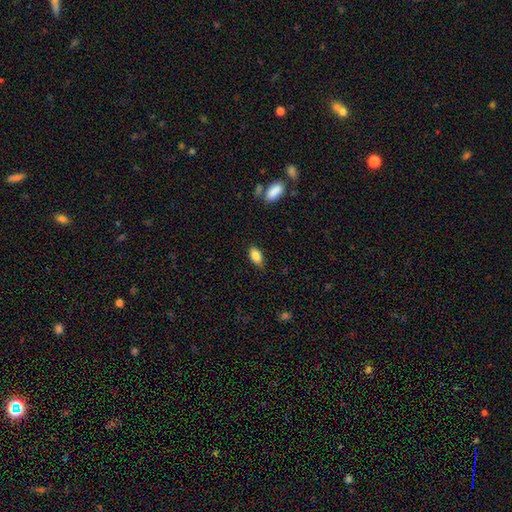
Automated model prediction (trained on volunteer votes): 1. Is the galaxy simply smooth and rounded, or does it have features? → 85% smooth, 8% star or artifact, 7% featured or disk.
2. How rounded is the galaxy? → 89% in between, 6% cigar-shaped, 5% round.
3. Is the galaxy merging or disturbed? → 79% none, 16% minor disturbance, 3% major disturbance, 1% merger.